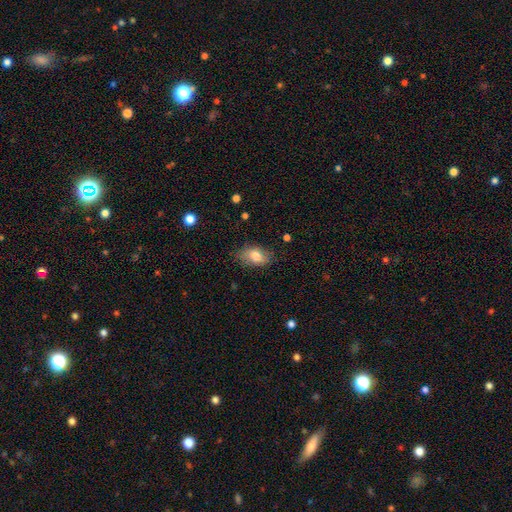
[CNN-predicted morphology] Smooth or featured? Predicted: smooth (p=0.79). How rounded? Predicted: in between (p=0.86). Merging? Predicted: none (p=0.74).